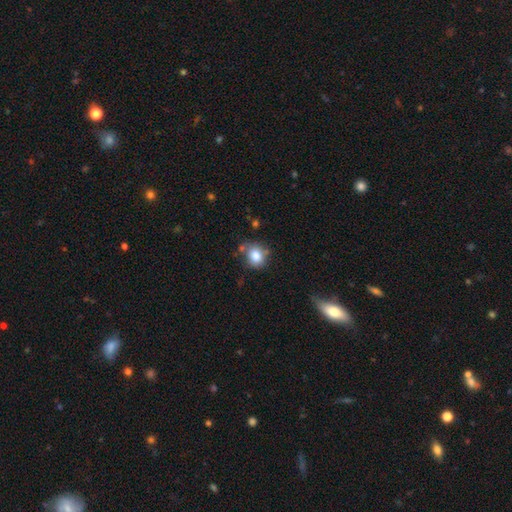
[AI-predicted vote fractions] Smooth or featured?
  - smooth: 81% *
  - star or artifact: 10%
  - featured or disk: 9%
How rounded?
  - round: 74% *
  - in between: 25%
  - cigar-shaped: 1%
Merging?
  - none: 68% *
  - minor disturbance: 19%
  - merger: 8%
  - major disturbance: 5%